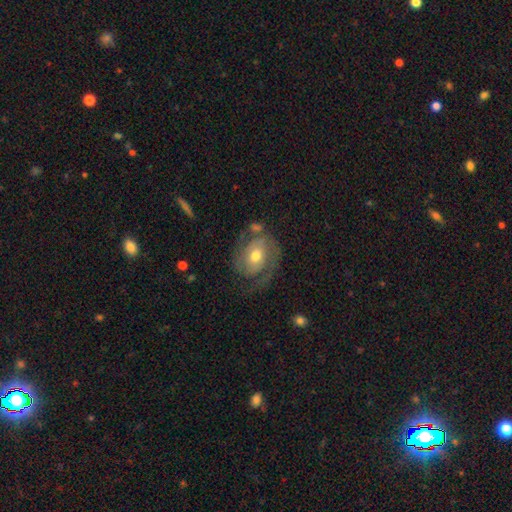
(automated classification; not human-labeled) This appears to be a featured or disk galaxy (79%) with no bar (58%), 2 (76%) medium (45%) spiral arms (92%) and a moderate central bulge (73%). Merging: none (62%).